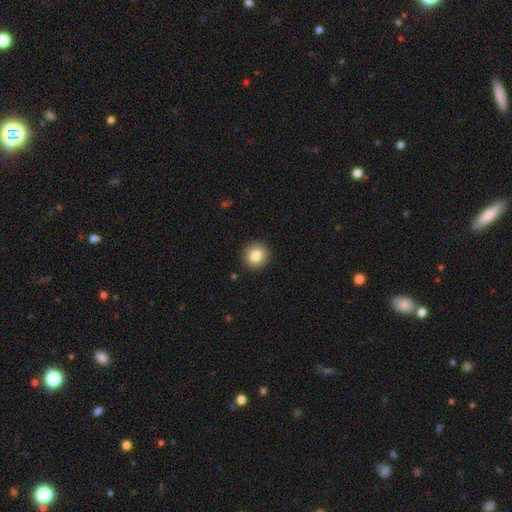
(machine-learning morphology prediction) This appears to be a smooth galaxy with no disk features (83%) that is round (91%). Merging: none (92%).